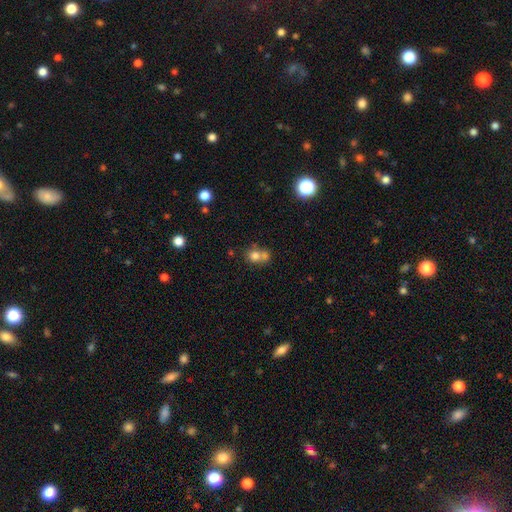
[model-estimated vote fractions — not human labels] Smooth or featured? smooth (72%)
How rounded? round (68%)
Merging? merger (54%)